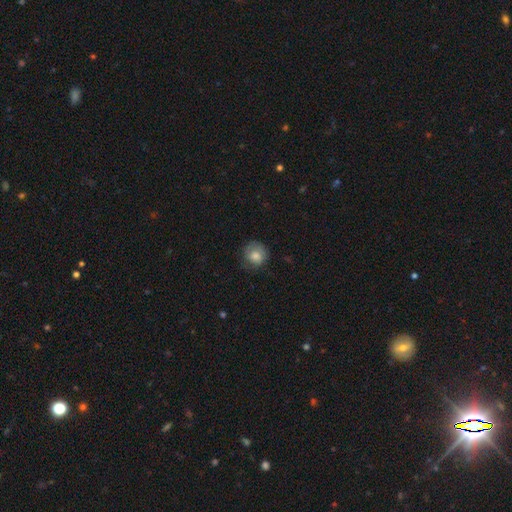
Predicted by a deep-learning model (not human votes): This appears to be a smooth galaxy with no disk features (77%) that is round (86%). Merging: none (65%).